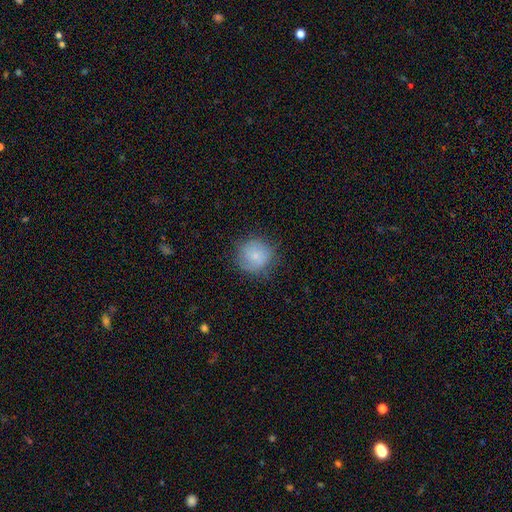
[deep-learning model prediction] Smooth or featured: smooth — 76% (featured or disk — 16%)
How rounded: round — 92% (in between — 7%)
Merging: none — 77% (minor disturbance — 17%)